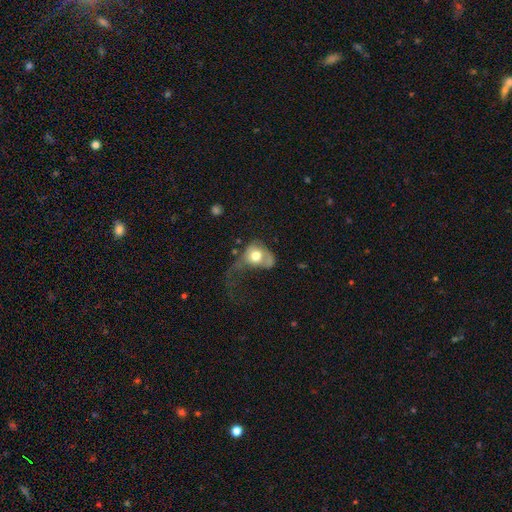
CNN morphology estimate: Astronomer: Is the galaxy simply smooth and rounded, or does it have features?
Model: smooth — 62%.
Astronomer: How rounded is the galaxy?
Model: round — 52% (runner-up: in between, 47%).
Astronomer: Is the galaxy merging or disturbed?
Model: major disturbance — 61%.